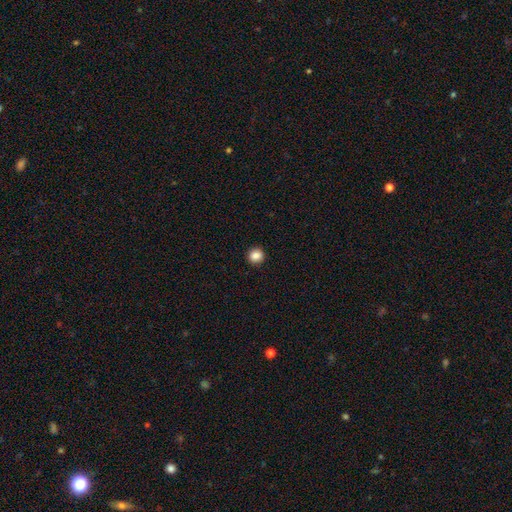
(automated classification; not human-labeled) Smooth or featured: smooth — 86% (star or artifact — 10%)
How rounded: round — 92% (in between — 7%)
Merging: none — 93% (minor disturbance — 5%)